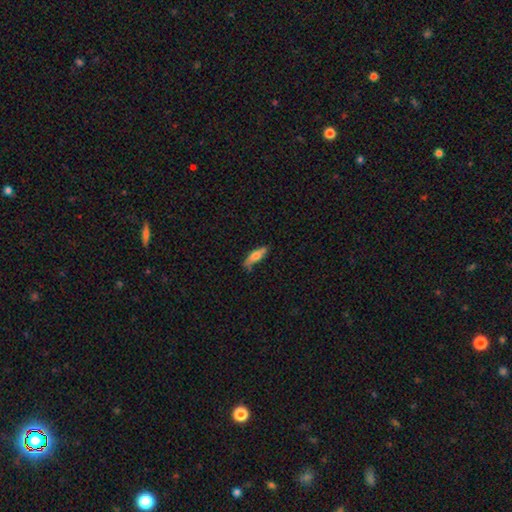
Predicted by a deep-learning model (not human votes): Smooth or featured? Predicted: smooth (p=0.61). How rounded? Predicted: cigar-shaped (p=0.57). Merging? Predicted: none (p=0.73).